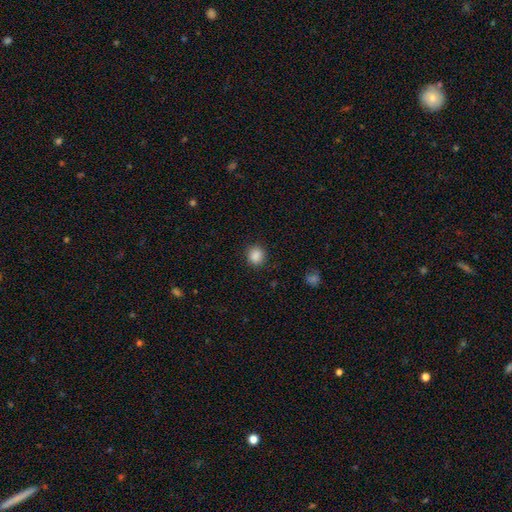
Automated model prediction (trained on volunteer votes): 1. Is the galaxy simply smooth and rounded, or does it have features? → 87% smooth, 10% star or artifact, 3% featured or disk.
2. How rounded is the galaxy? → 86% round, 13% in between, 1% cigar-shaped.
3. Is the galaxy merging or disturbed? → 89% none, 8% minor disturbance, 2% major disturbance, 1% merger.